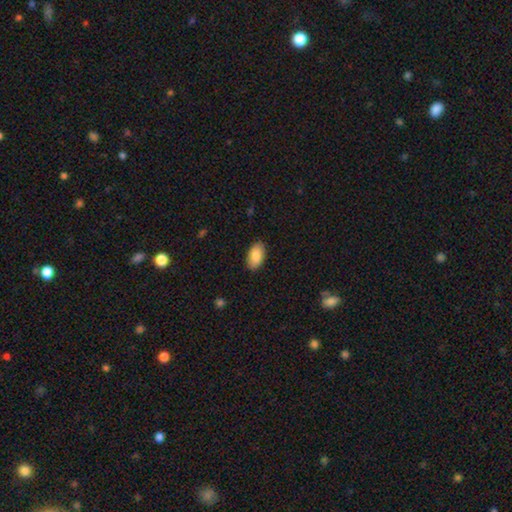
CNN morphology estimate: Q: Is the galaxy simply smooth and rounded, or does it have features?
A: smooth — 87%.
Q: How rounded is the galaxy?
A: in between — 94%.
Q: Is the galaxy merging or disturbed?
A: none — 88%.